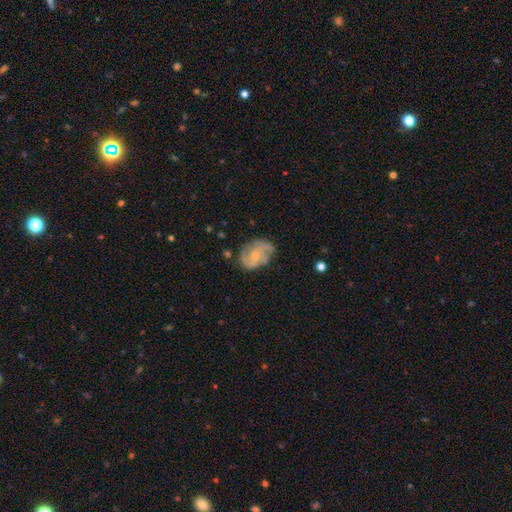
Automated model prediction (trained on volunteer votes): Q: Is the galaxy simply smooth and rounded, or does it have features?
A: featured or disk — 70%.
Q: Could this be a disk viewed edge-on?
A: no — 98%.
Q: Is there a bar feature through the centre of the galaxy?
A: no — 72%.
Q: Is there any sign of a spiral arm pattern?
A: yes — 89%.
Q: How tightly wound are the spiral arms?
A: medium — 47%.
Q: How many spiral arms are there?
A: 2 — 41%.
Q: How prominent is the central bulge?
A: small — 64%.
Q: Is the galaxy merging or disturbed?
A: none — 65%.